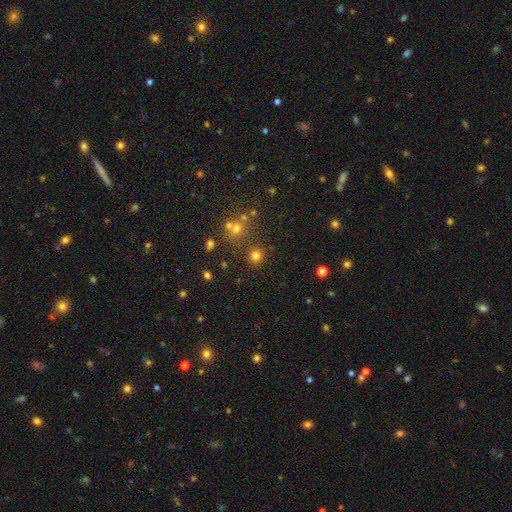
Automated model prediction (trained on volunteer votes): The model was most divided on "smooth or featured": smooth: 74%, star or artifact: 19%, featured or disk: 6%. More confident: how rounded — round (89%); merging — none (82%).